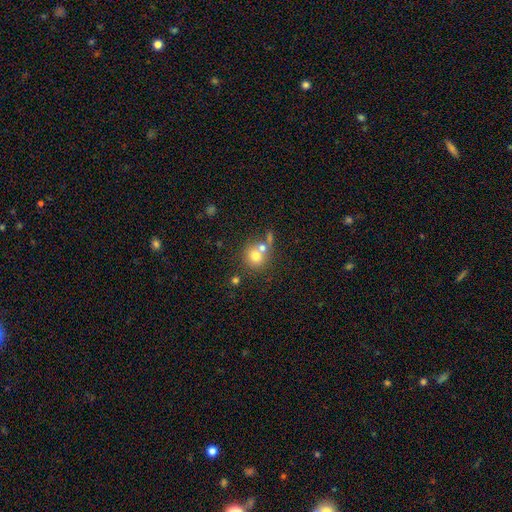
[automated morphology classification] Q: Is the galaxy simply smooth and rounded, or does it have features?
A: smooth — 73%.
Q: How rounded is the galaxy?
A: round — 86%.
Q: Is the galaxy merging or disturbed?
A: none — 49%.